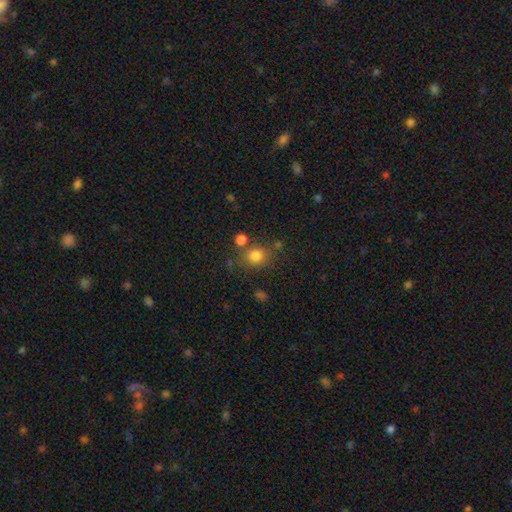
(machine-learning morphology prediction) Smooth or featured? smooth (80%)
How rounded? round (73%)
Merging? none (68%)